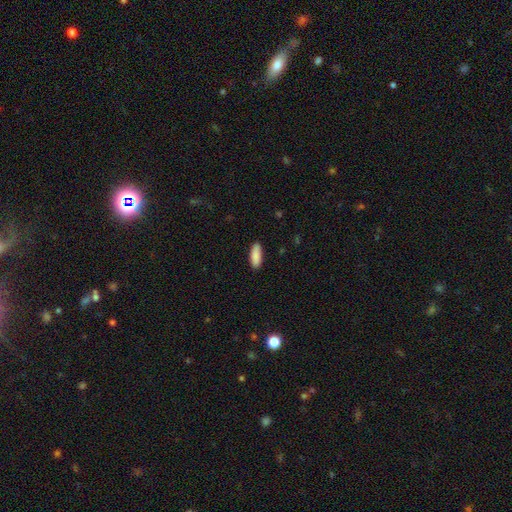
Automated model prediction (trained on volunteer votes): Smooth or featured: smooth — 89% (star or artifact — 6%)
How rounded: in between — 65% (cigar-shaped — 33%)
Merging: none — 87% (minor disturbance — 10%)